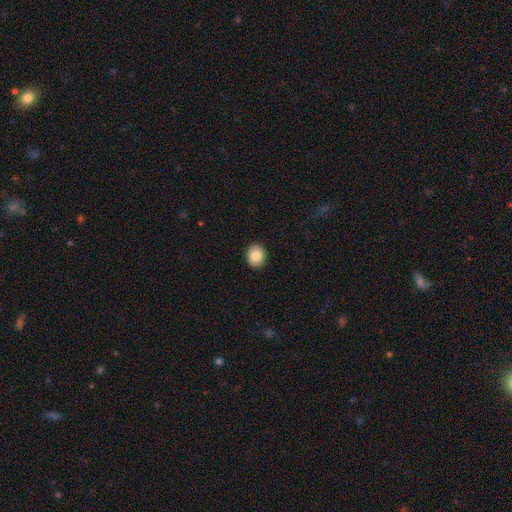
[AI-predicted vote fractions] smooth_or_featured: smooth (p=0.85) [alt: star or artifact p=0.08]
how_rounded: round (p=0.64) [alt: in between p=0.35]
merging: none (p=0.91) [alt: minor disturbance p=0.06]